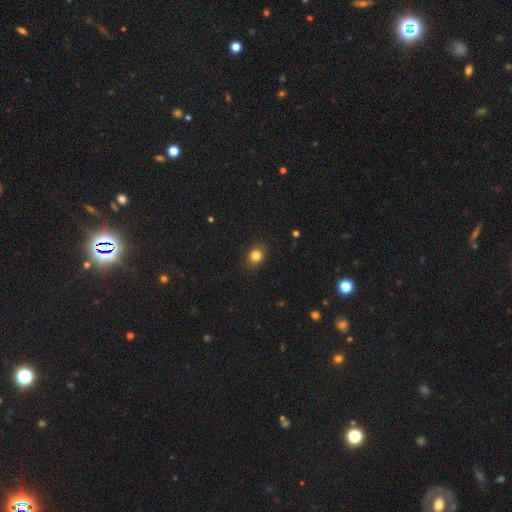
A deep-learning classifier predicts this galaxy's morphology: smooth_or_featured: smooth (p=0.83) [alt: star or artifact p=0.11]
how_rounded: in between (p=0.50) [alt: round p=0.48]
merging: none (p=0.86) [alt: minor disturbance p=0.10]